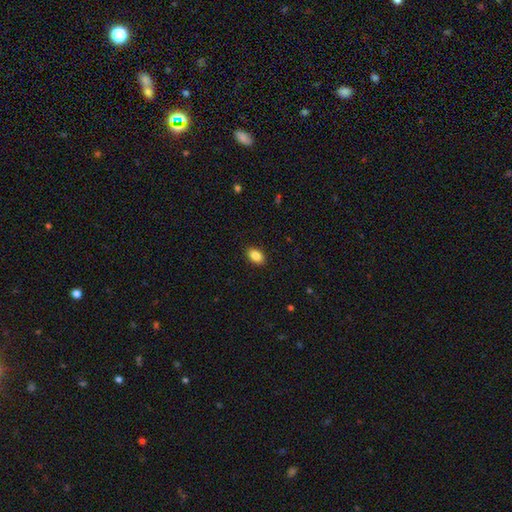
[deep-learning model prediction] A smooth galaxy with no disk features (87%) that is in between round and cigar-shaped (87%). Merging: none (89%).